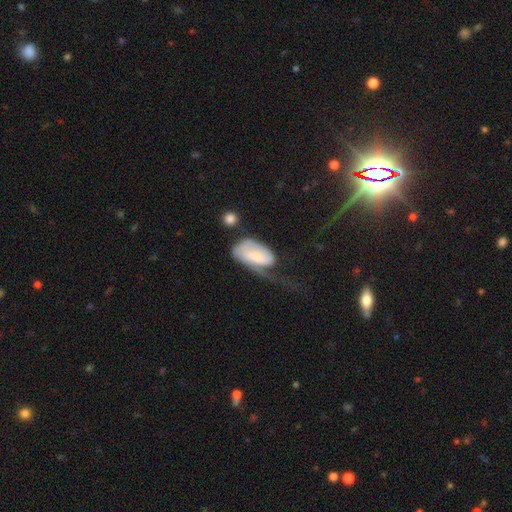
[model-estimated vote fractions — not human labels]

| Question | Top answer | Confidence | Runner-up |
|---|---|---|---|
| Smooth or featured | smooth | 49% | featured or disk (45%) |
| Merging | major disturbance | 59% | minor disturbance (19%) |